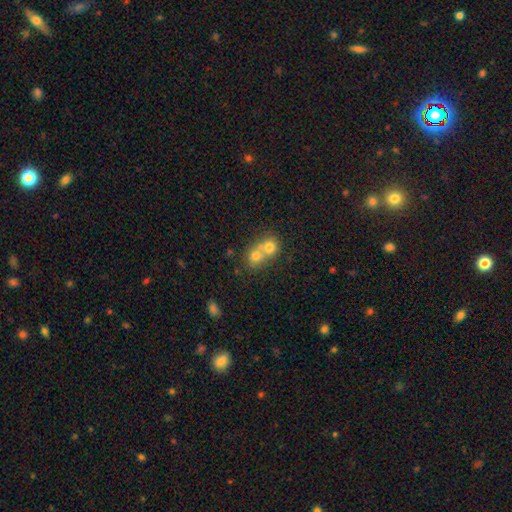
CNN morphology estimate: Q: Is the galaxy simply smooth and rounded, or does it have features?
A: smooth — 68%.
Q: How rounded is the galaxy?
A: round — 74%.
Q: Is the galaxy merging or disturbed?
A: merger — 69%.